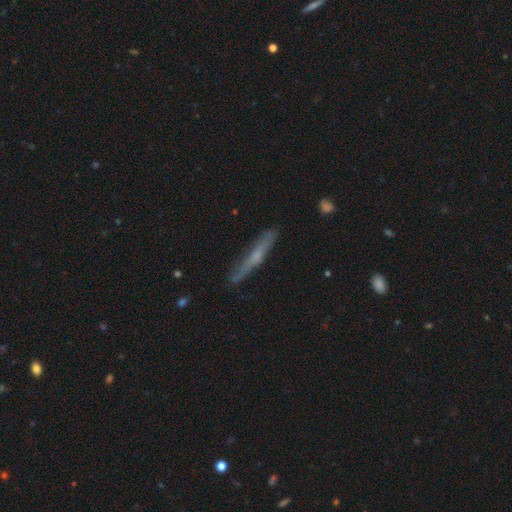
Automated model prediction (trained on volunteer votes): smooth_or_featured: featured or disk (p=0.55) [alt: smooth p=0.38]
disk_edge_on: yes (p=0.93) [alt: no p=0.07]
edge_on_bulge: rounded (p=0.54) [alt: none p=0.38]
merging: none (p=0.82) [alt: minor disturbance p=0.14]